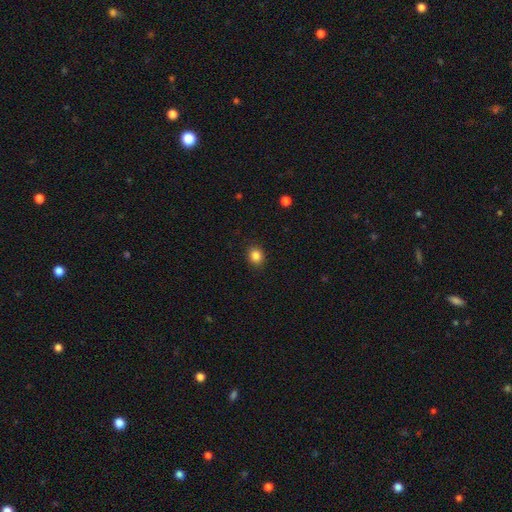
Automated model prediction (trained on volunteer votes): A smooth galaxy with no disk features (85%) that is round (70%).

Vote fractions:
- Smooth or featured? smooth: 85% / star or artifact: 10% / featured or disk: 4%
- How rounded? round: 70% / in between: 30% / cigar-shaped: 1%
- Merging? none: 89% / minor disturbance: 8% / major disturbance: 2% / merger: 1%